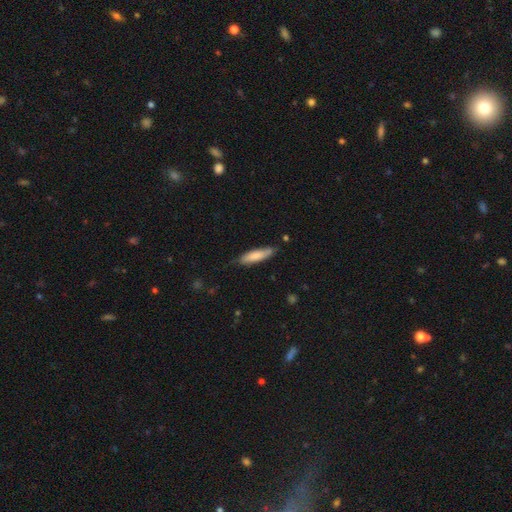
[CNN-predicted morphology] Smooth or featured: smooth — 77% (featured or disk — 17%)
How rounded: cigar-shaped — 68% (in between — 30%)
Merging: none — 73% (minor disturbance — 21%)